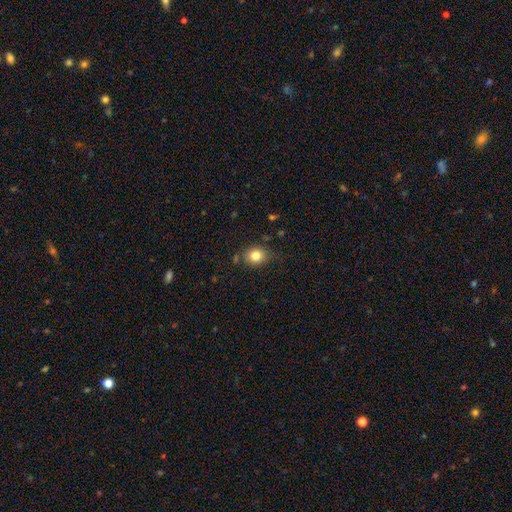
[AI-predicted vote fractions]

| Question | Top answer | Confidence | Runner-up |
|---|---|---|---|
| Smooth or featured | smooth | 82% | star or artifact (11%) |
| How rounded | round | 62% | in between (37%) |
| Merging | none | 76% | minor disturbance (17%) |